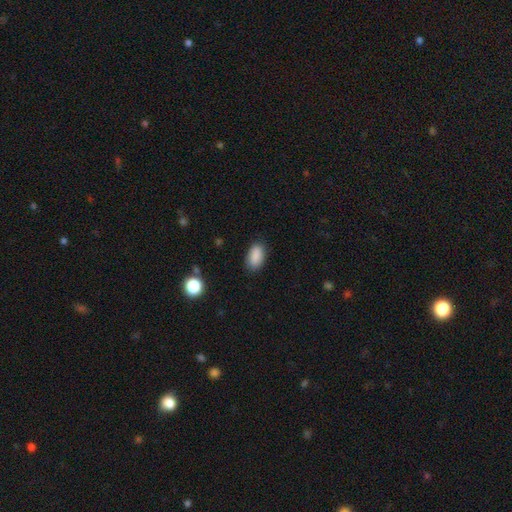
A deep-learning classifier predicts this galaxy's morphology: Overall: smooth (88%). How rounded: in between (91%). Merging: none (82%).